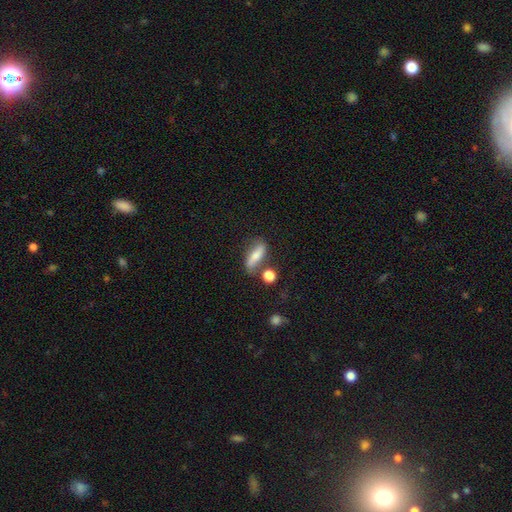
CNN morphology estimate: A smooth galaxy with no disk features (67%) that is in between round and cigar-shaped (54%). Merging: none (62%).